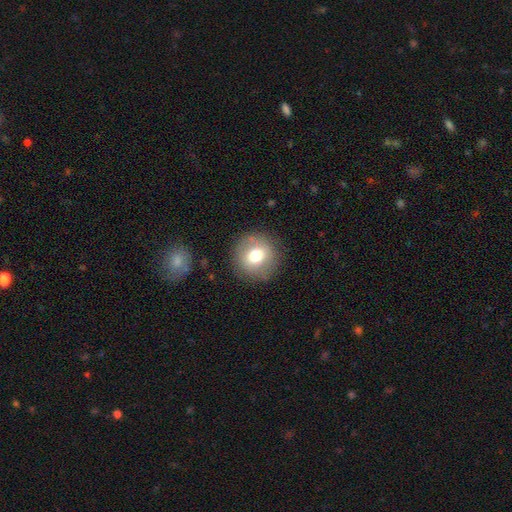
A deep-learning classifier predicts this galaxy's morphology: A smooth galaxy with no disk features (72%) that is round (92%).

Vote fractions:
- Smooth or featured? smooth: 72% / featured or disk: 18% / star or artifact: 10%
- How rounded? round: 92% / in between: 7% / cigar-shaped: 1%
- Merging? none: 85% / minor disturbance: 9% / major disturbance: 4% / merger: 2%